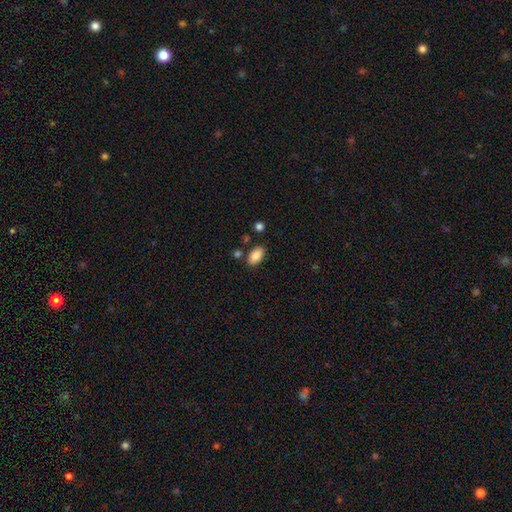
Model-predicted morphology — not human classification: This appears to be a smooth galaxy with no disk features (86%) that is in between round and cigar-shaped (93%). Merging: none (80%).